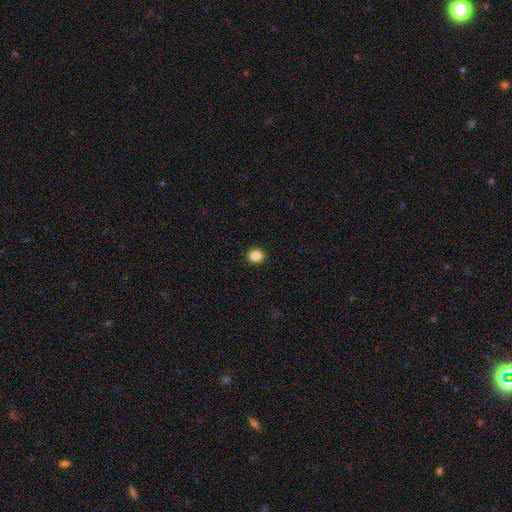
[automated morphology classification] smooth 86%, star or artifact 10%, featured or disk 4%. Down the decision tree: how rounded — round (61%); merging — none (91%).